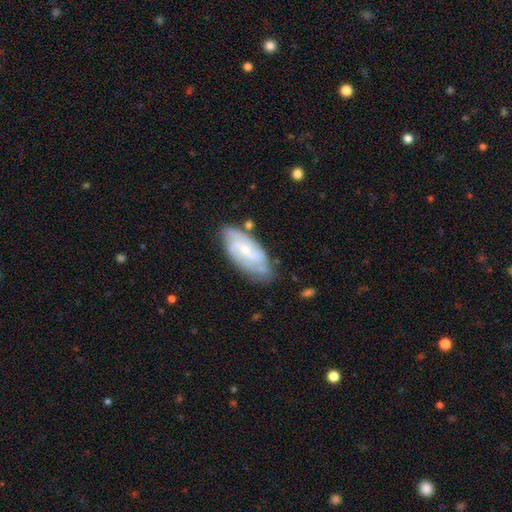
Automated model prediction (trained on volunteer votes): featured or disk 72%, smooth 22%, star or artifact 6%. Down the decision tree: edge-on disk — no (94%); bar — no (46%); spiral arms — yes (89%); spiral arm count — 2 (43%); spiral winding — medium (43%); bulge size — small (63%); merging — none (67%).